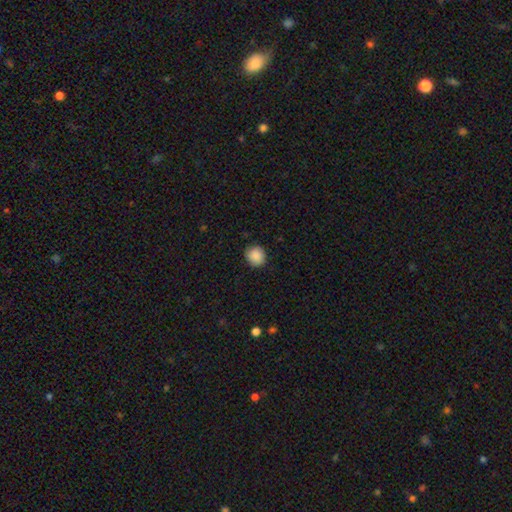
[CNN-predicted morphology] Smooth or featured? Predicted: smooth (p=0.89). How rounded? Predicted: round (p=0.87). Merging? Predicted: none (p=0.85).